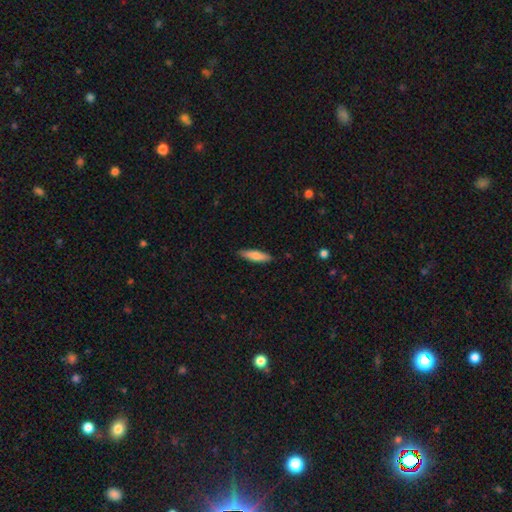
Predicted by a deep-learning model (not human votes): The model was most divided on "how rounded": cigar-shaped: 70%, in between: 29%, round: 2%. More confident: merging — none (88%); smooth or featured — smooth (74%).